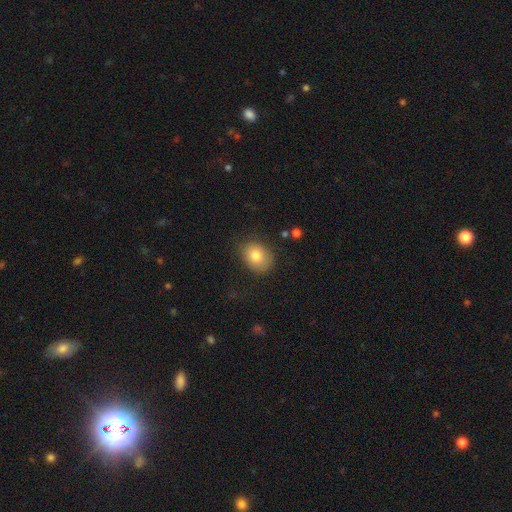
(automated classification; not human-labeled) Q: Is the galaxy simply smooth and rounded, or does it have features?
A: smooth — 80%.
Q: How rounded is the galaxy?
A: in between — 55%.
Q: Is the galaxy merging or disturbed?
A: none — 77%.